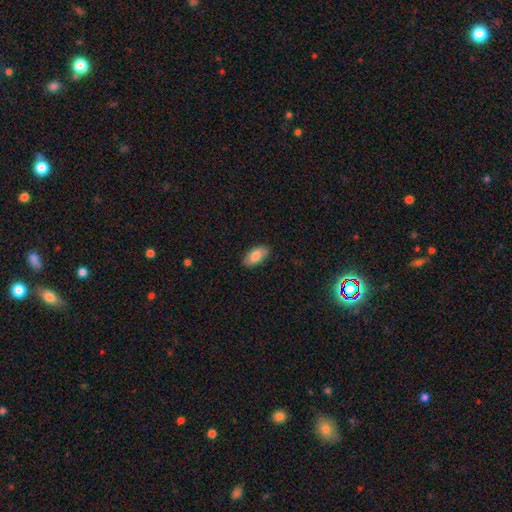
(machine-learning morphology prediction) The model was most divided on "smooth or featured": smooth: 82%, featured or disk: 11%, star or artifact: 6%. More confident: how rounded — in between (93%); merging — none (87%).